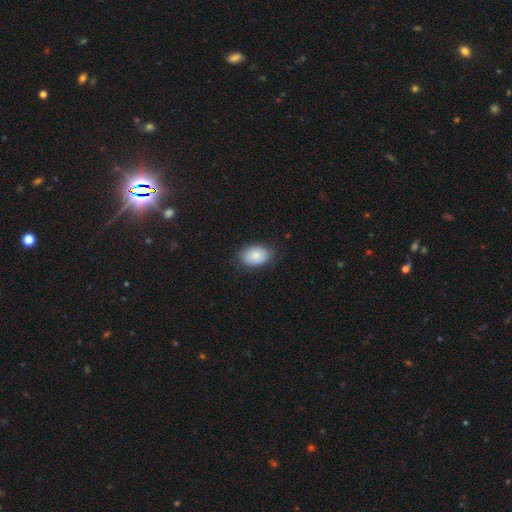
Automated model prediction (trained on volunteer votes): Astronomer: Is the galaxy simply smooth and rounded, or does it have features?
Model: smooth — 86%.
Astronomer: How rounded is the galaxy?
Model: in between — 83%.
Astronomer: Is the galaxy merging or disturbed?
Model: none — 81%.